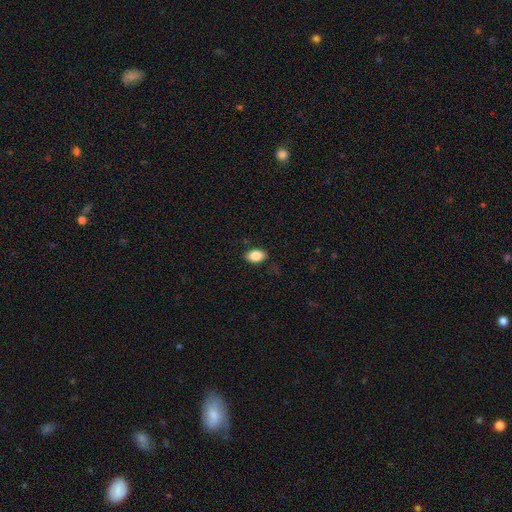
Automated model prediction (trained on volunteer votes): The model was most divided on "merging": none: 85%, minor disturbance: 12%, major disturbance: 3%, merger: 1%. More confident: how rounded — in between (87%); smooth or featured — smooth (84%).